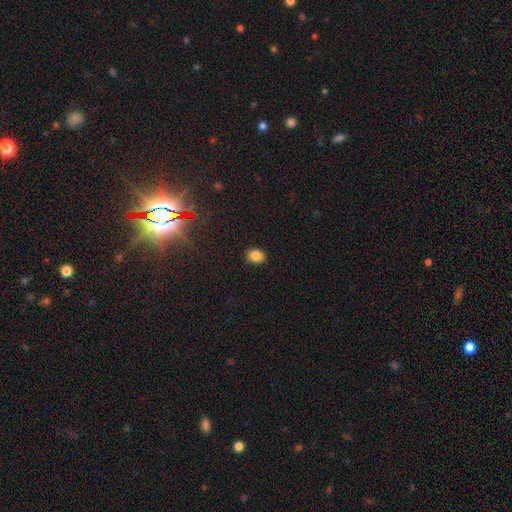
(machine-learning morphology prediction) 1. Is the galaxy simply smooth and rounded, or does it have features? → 83% smooth, 12% star or artifact, 6% featured or disk.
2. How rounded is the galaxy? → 53% in between, 46% round, 1% cigar-shaped.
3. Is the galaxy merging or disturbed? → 87% none, 10% minor disturbance, 2% major disturbance, 1% merger.